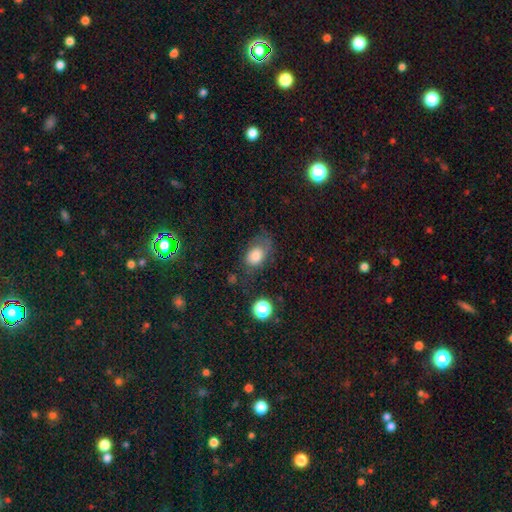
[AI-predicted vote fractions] Overall: smooth (73%). How rounded: in between (76%). Merging: none (48%; minor disturbance 27%).